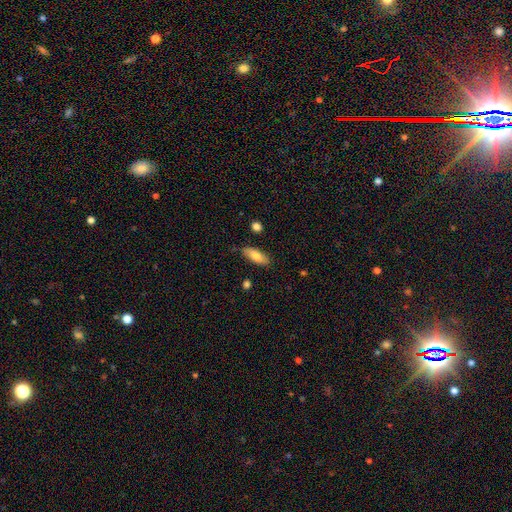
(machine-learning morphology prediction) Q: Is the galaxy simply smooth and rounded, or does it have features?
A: smooth — 77%.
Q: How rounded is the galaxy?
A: in between — 76%.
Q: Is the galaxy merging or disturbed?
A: none — 80%.